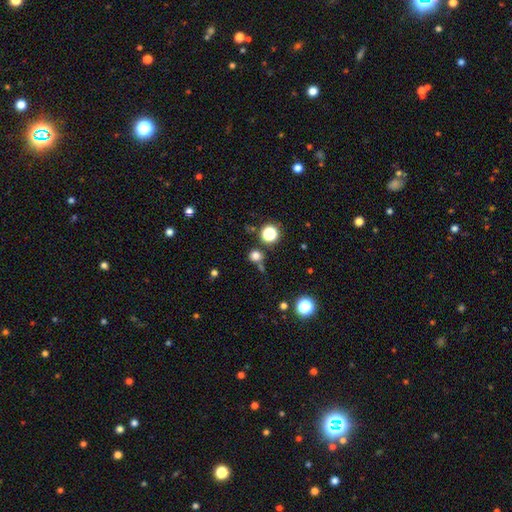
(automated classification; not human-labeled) A smooth galaxy with no disk features (73%) that is round (88%). Merging: none (69%).